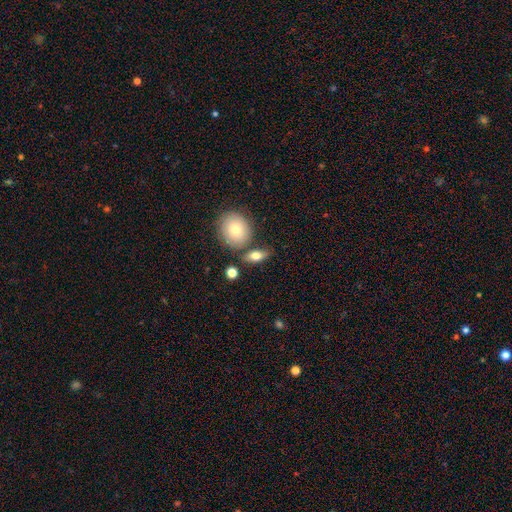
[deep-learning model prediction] Q: Smooth or featured?
A: smooth (72%); runner-up: featured or disk (20%)
Q: How rounded?
A: in between (73%); runner-up: round (15%)
Q: Merging?
A: none (72%); runner-up: minor disturbance (12%)